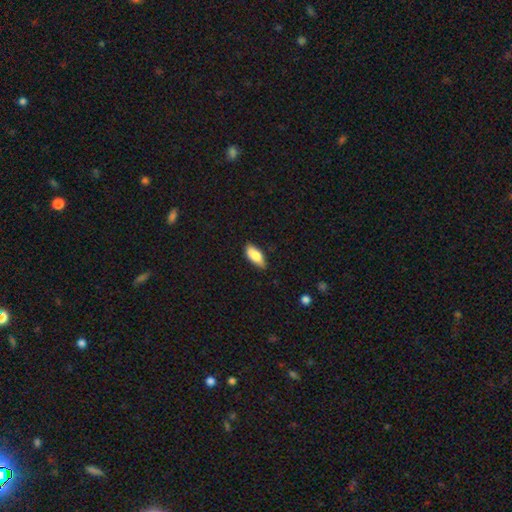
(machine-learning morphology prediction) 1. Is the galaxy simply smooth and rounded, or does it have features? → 82% smooth, 12% featured or disk, 6% star or artifact.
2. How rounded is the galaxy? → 82% in between, 16% cigar-shaped, 2% round.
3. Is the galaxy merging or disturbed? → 81% none, 16% minor disturbance, 2% major disturbance, 1% merger.